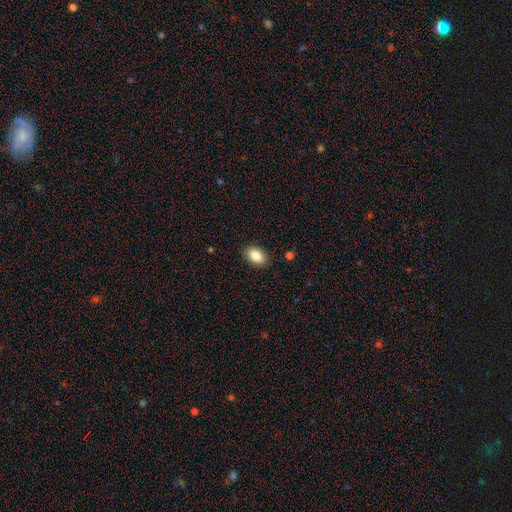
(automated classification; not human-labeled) Smooth or featured?
  - smooth: 86% *
  - star or artifact: 8%
  - featured or disk: 7%
How rounded?
  - in between: 86% *
  - round: 12%
  - cigar-shaped: 1%
Merging?
  - none: 88% *
  - minor disturbance: 9%
  - major disturbance: 2%
  - merger: 1%